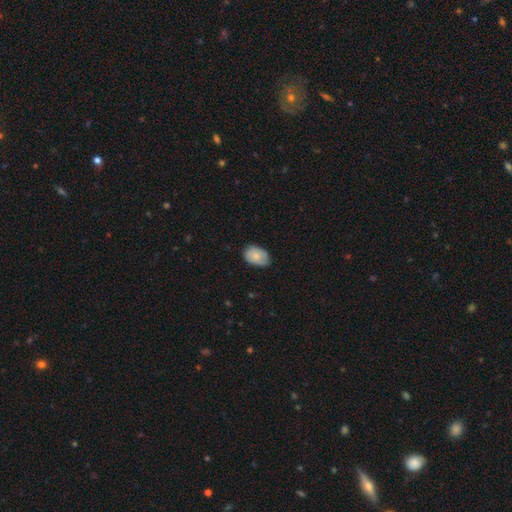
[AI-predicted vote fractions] smooth-or-featured: smooth: 80% | featured or disk: 13% | star or artifact: 7%
  how-rounded: in between: 83% | round: 16% | cigar-shaped: 1%
  merging: none: 69% | minor disturbance: 26% | major disturbance: 4% | merger: 1%